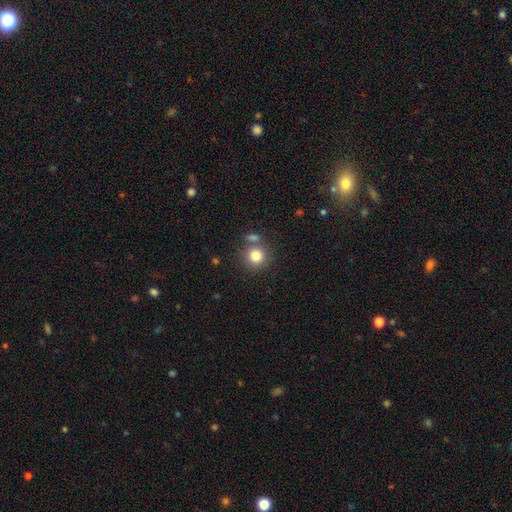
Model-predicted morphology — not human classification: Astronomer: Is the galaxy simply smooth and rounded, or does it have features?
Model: smooth — 81%.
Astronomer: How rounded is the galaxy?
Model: round — 90%.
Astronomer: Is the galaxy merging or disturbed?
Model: none — 68%.